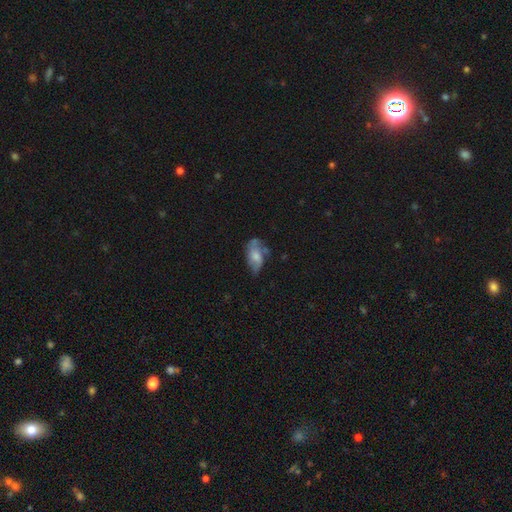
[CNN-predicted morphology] Smooth or featured? Predicted: featured or disk (p=0.49). Merging? Predicted: none (p=0.42).